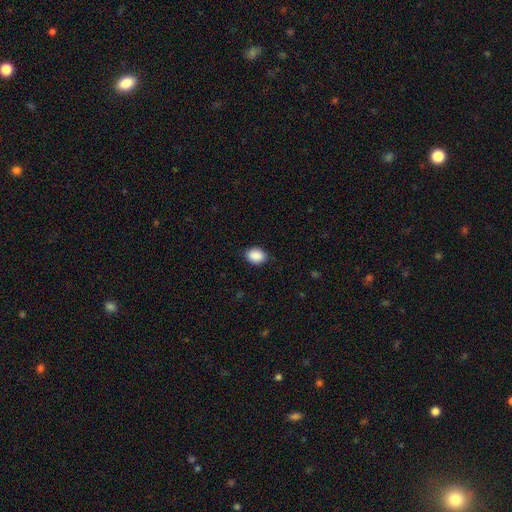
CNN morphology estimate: Smooth or featured? Predicted: smooth (p=0.90). How rounded? Predicted: in between (p=0.69). Merging? Predicted: none (p=0.86).